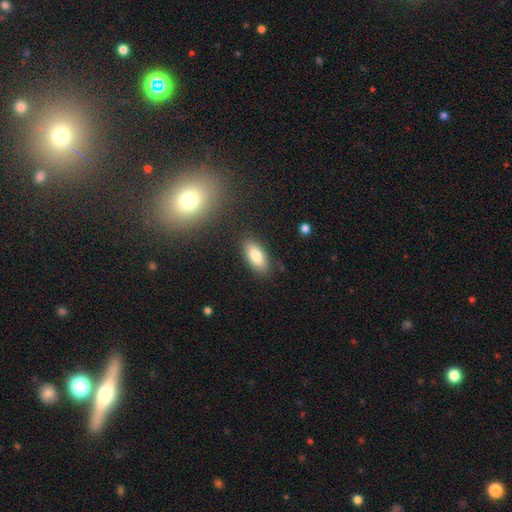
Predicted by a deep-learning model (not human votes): This is clearly a smooth galaxy (81%). How rounded: clearly in between (88%). Merging: clearly none (85%).